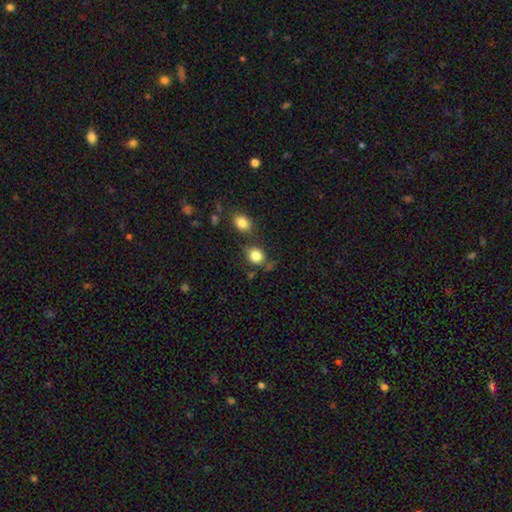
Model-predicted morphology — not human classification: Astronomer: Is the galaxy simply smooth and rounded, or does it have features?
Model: smooth — 84%.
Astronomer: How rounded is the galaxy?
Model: round — 79%.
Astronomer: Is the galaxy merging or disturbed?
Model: none — 69%.